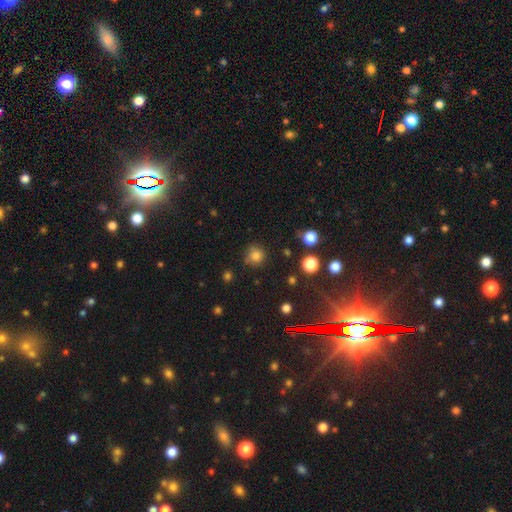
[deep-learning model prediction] smooth_or_featured: smooth (p=0.80) [alt: star or artifact p=0.15]
how_rounded: round (p=0.90) [alt: in between p=0.09]
merging: none (p=0.76) [alt: minor disturbance p=0.16]